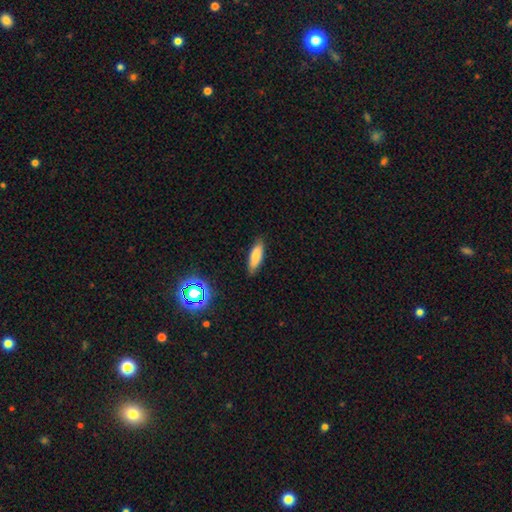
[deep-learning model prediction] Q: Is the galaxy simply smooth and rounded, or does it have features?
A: smooth — 78%.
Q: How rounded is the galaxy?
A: in between — 57%.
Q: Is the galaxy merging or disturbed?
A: none — 84%.